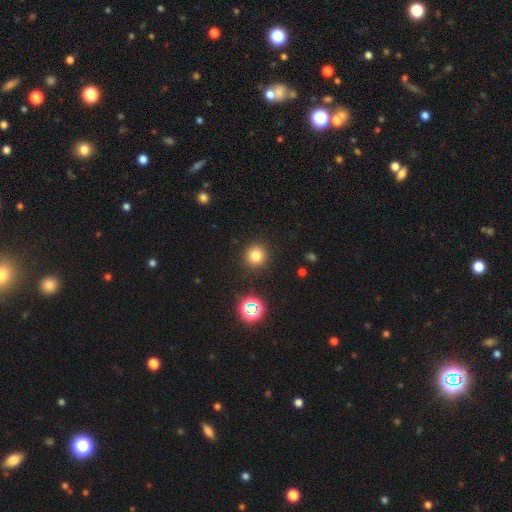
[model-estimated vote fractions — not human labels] A smooth galaxy with no disk features (77%) that is round (94%). Merging: none (90%).